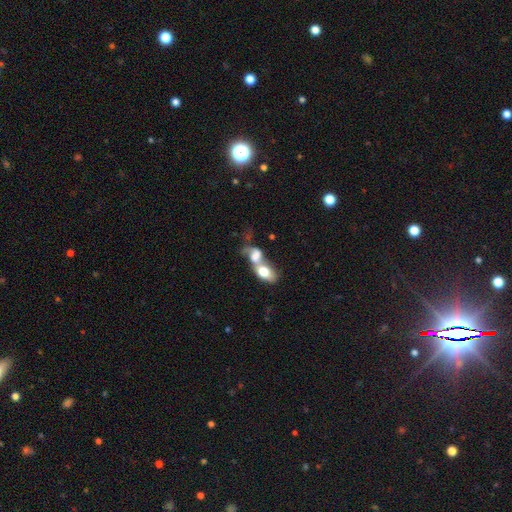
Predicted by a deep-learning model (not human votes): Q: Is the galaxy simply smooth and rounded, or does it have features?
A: smooth — 59%.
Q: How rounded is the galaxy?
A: in between — 78%.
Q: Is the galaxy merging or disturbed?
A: merger — 81%.